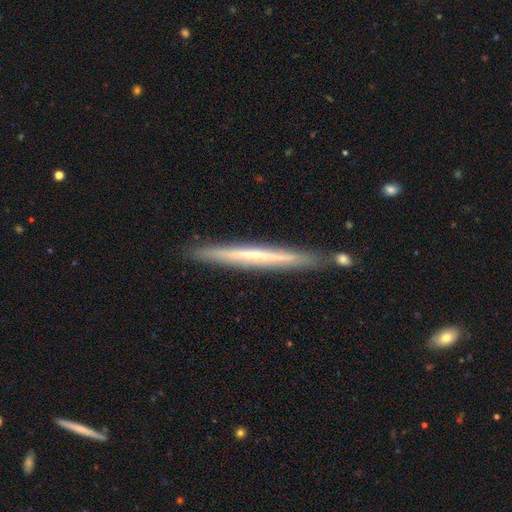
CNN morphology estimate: The model was most divided on "smooth or featured": featured or disk: 61%, smooth: 33%, star or artifact: 6%. More confident: edge-on disk — yes (96%); merging — none (85%); edge-on bulge — none (73%).